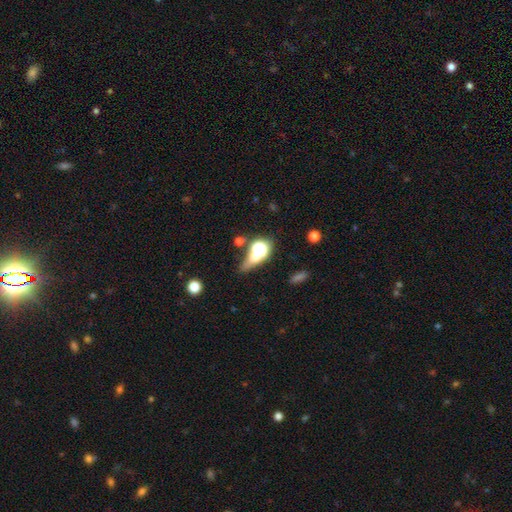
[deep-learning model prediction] Smooth or featured? smooth (59%)
How rounded? in between (46%)
Merging? none (33%)